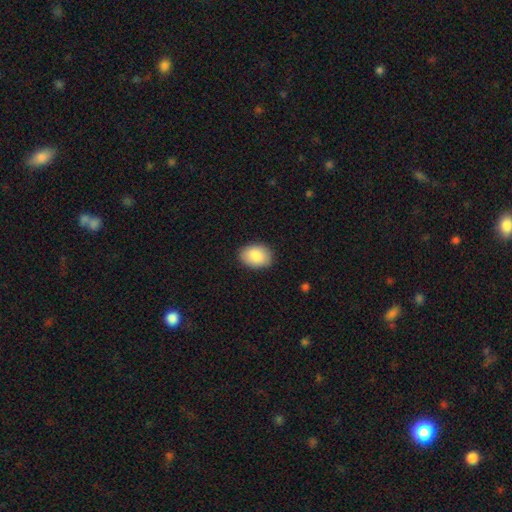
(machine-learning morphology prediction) smooth 88%, star or artifact 6%, featured or disk 5%. Down the decision tree: how rounded — in between (80%); merging — none (86%).